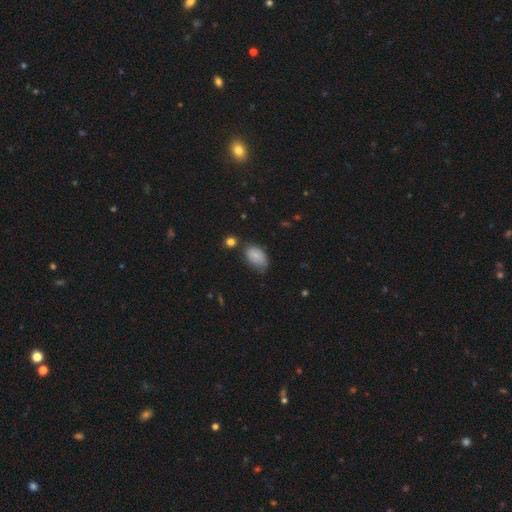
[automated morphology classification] The model was most divided on "merging": none: 55%, minor disturbance: 33%, major disturbance: 7%, merger: 4%. More confident: how rounded — in between (91%); smooth or featured — smooth (79%).